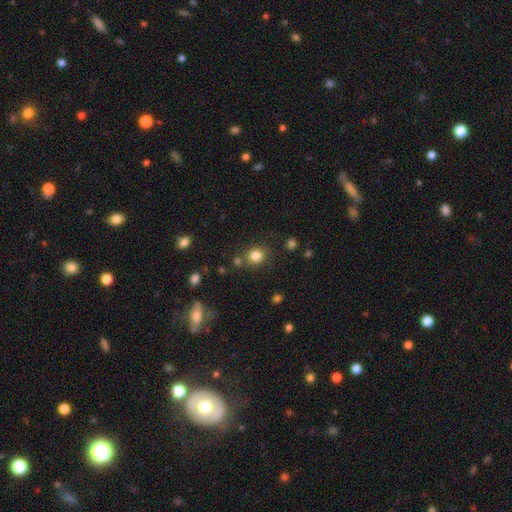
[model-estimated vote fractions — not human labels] smooth-or-featured: smooth: 81% | star or artifact: 13% | featured or disk: 6%
  how-rounded: round: 78% | in between: 21% | cigar-shaped: 1%
  merging: none: 76% | minor disturbance: 11% | merger: 9% | major disturbance: 4%